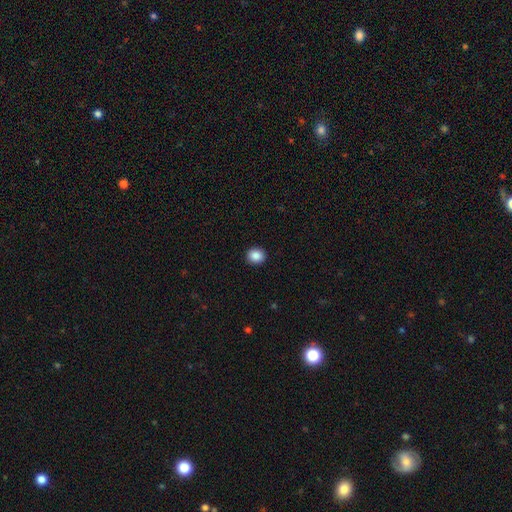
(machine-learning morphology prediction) Smooth or featured? smooth (88%)
How rounded? round (76%)
Merging? none (92%)